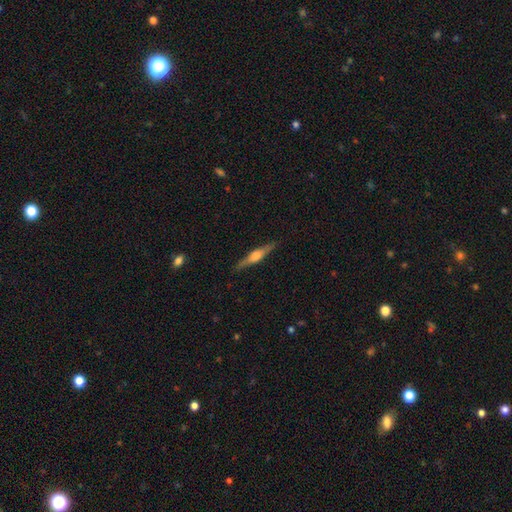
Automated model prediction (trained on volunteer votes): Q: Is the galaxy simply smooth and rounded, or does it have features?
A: featured or disk — 70%.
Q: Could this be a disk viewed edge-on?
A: yes — 97%.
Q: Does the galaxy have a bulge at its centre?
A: rounded — 87%.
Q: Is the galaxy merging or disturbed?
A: none — 89%.